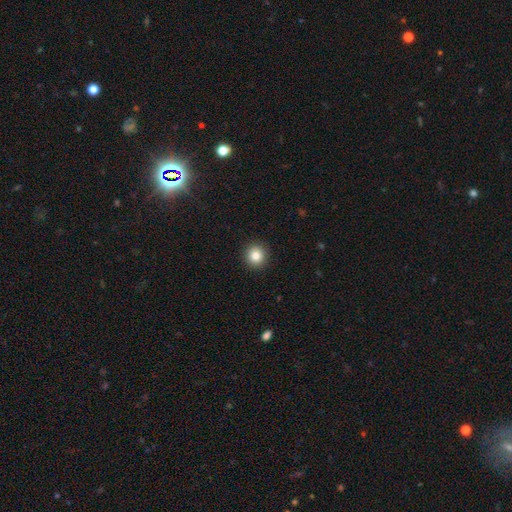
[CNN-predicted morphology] Smooth or featured? Predicted: smooth (p=0.83). How rounded? Predicted: round (p=0.93). Merging? Predicted: none (p=0.92).